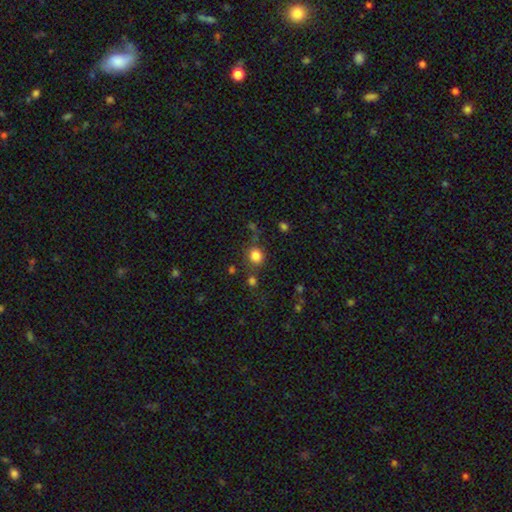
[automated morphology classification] The model was most divided on "merging": none: 72%, minor disturbance: 13%, merger: 9%, major disturbance: 6%. More confident: smooth or featured — smooth (82%); how rounded — round (81%).